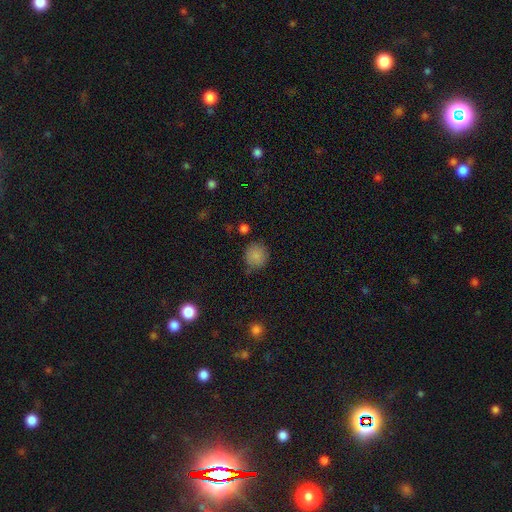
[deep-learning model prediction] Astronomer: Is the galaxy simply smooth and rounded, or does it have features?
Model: smooth — 84%.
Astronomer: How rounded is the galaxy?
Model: round — 89%.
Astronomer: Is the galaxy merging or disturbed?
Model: none — 77%.